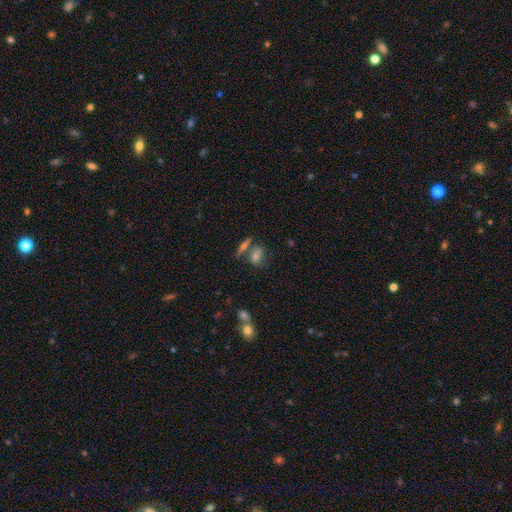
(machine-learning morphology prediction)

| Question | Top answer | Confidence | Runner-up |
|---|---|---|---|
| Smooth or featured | smooth | 59% | featured or disk (25%) |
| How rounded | in between | 61% | round (28%) |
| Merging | none | 55% | merger (27%) |